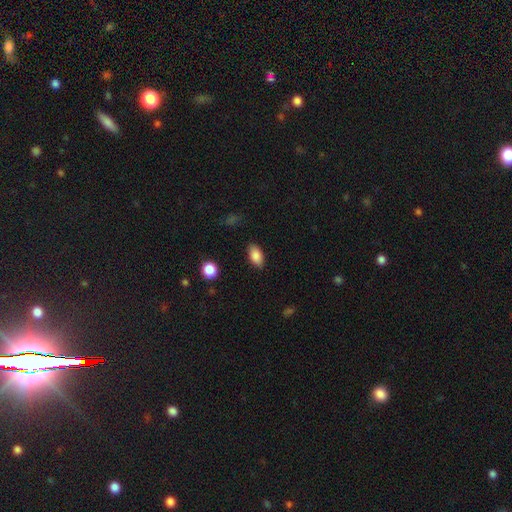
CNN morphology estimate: smooth_or_featured: smooth (p=0.86) [alt: star or artifact p=0.08]
how_rounded: in between (p=0.92) [alt: round p=0.05]
merging: none (p=0.86) [alt: minor disturbance p=0.10]